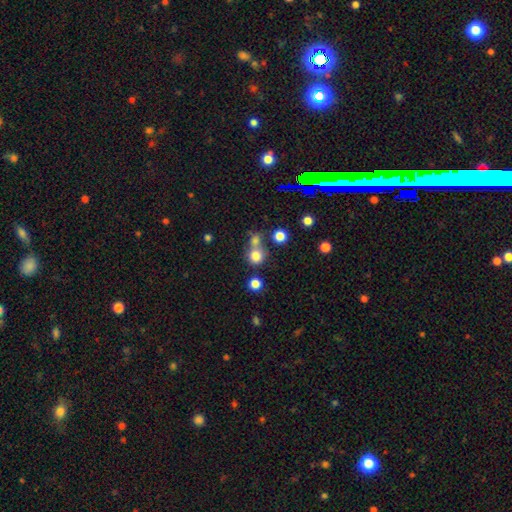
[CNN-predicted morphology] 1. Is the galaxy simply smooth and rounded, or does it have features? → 77% smooth, 15% star or artifact, 8% featured or disk.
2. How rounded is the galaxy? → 88% round, 11% in between, 1% cigar-shaped.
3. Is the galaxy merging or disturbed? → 55% none, 33% merger, 8% minor disturbance, 4% major disturbance.